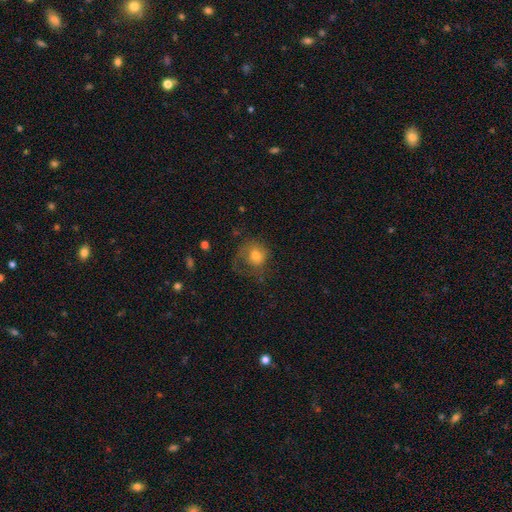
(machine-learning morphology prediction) Smooth or featured?
  - smooth: 61% *
  - featured or disk: 29%
  - star or artifact: 10%
How rounded?
  - round: 73% *
  - in between: 26%
  - cigar-shaped: 1%
Merging?
  - none: 41% *
  - major disturbance: 37%
  - minor disturbance: 21%
  - merger: 2%